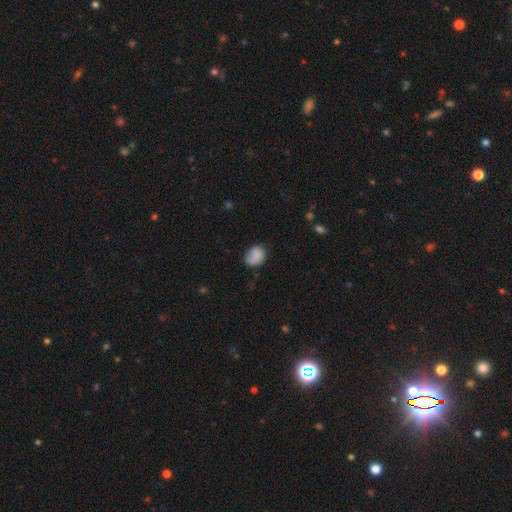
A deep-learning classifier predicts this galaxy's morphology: A smooth galaxy with no disk features (82%) that is in between round and cigar-shaped (51%). Merging: none (61%).